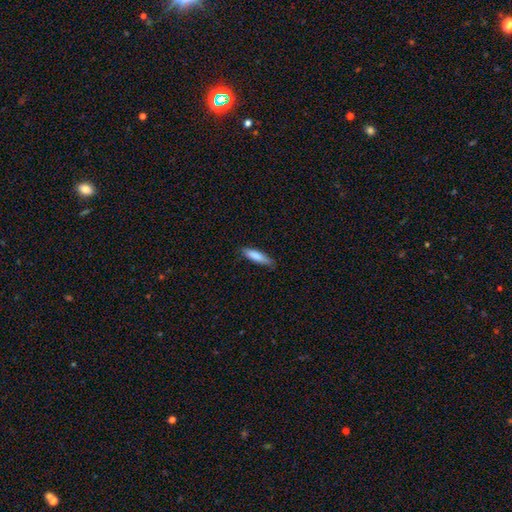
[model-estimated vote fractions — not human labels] This appears to be a smooth galaxy with no disk features (83%) that is cigar-shaped (74%). Merging: none (80%).